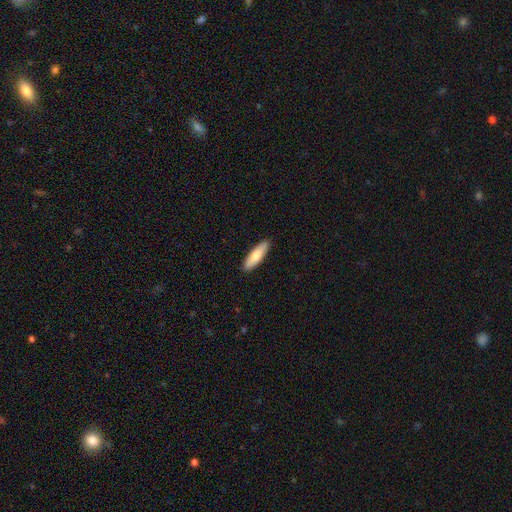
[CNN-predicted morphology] Smooth or featured? Predicted: smooth (p=0.77). How rounded? Predicted: cigar-shaped (p=0.54). Merging? Predicted: none (p=0.90).